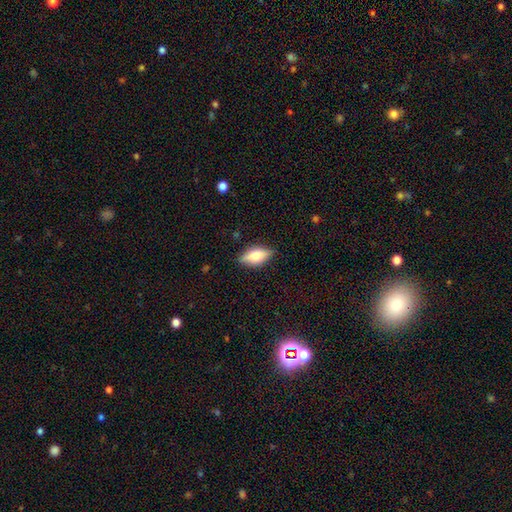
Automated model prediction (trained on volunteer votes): Smooth or featured? smooth (61%)
How rounded? in between (81%)
Merging? none (83%)